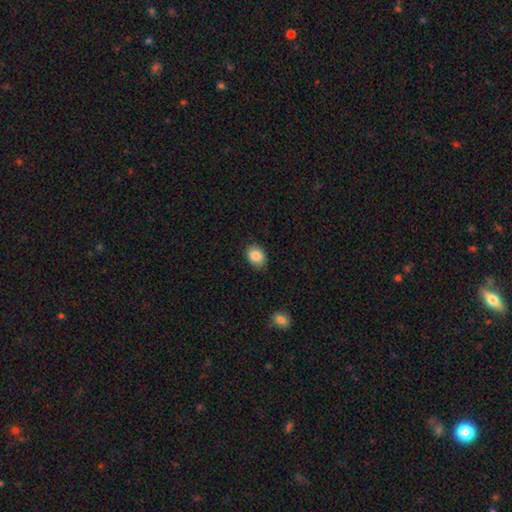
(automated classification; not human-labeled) Smooth or featured? smooth (87%)
How rounded? in between (68%)
Merging? none (86%)